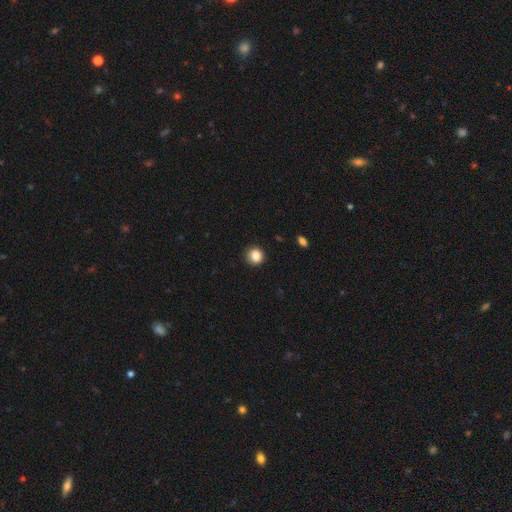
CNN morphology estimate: type=smooth (87%); roundness=round (89%); merging=none (88%).